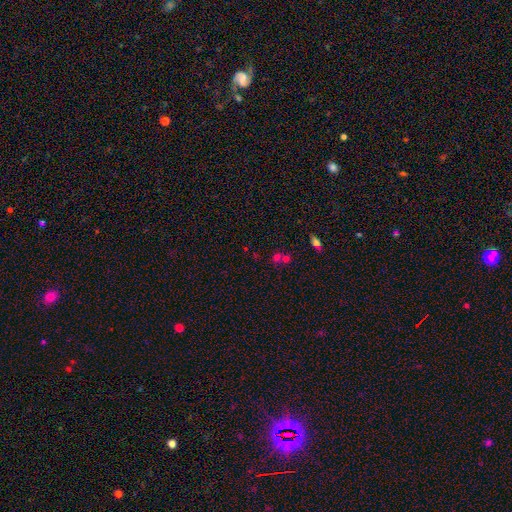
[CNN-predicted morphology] Q: Smooth or featured?
A: smooth (51%); runner-up: star or artifact (35%)
Q: How rounded?
A: round (74%); runner-up: in between (24%)
Q: Merging?
A: none (45%); runner-up: merger (43%)